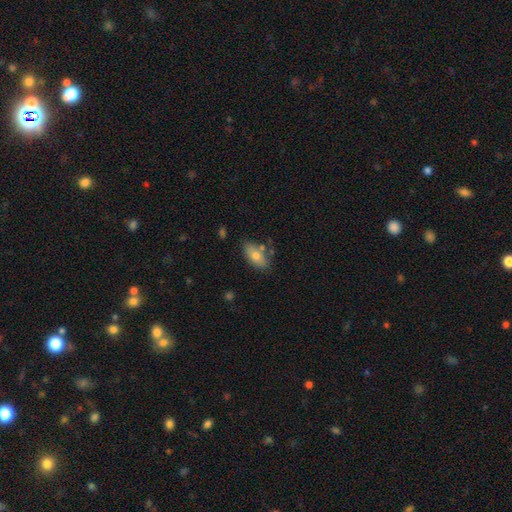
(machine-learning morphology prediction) Smooth or featured? Predicted: smooth (p=0.75). How rounded? Predicted: in between (p=0.89). Merging? Predicted: none (p=0.70).